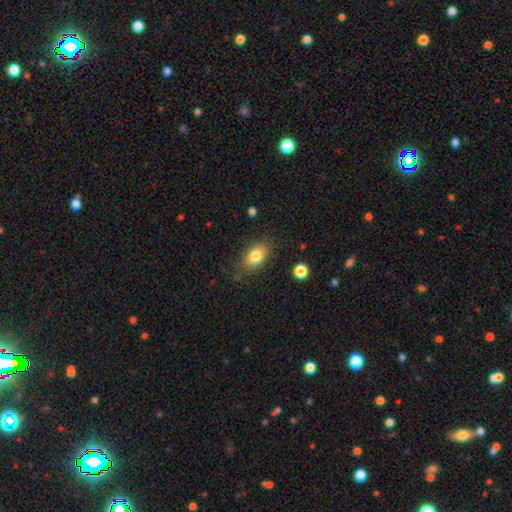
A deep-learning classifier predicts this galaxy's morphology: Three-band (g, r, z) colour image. It shows a smooth galaxy with no disk features (81%) that is in between round and cigar-shaped (84%). Merging: none (78%).